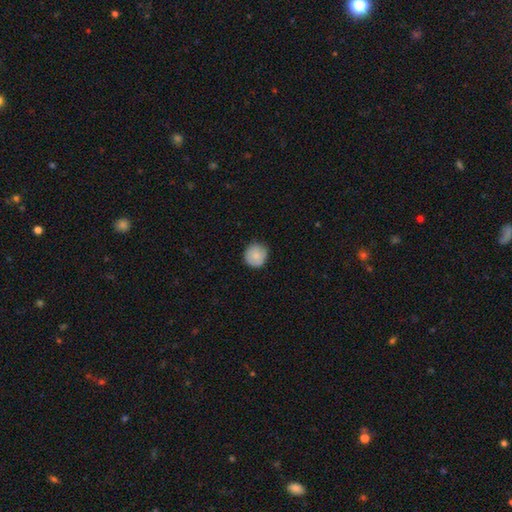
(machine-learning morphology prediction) A smooth galaxy with no disk features (82%) that is round (93%).

Vote fractions:
- Smooth or featured? smooth: 82% / featured or disk: 11% / star or artifact: 7%
- How rounded? round: 93% / in between: 6% / cigar-shaped: 1%
- Merging? none: 85% / minor disturbance: 12% / major disturbance: 2% / merger: 1%